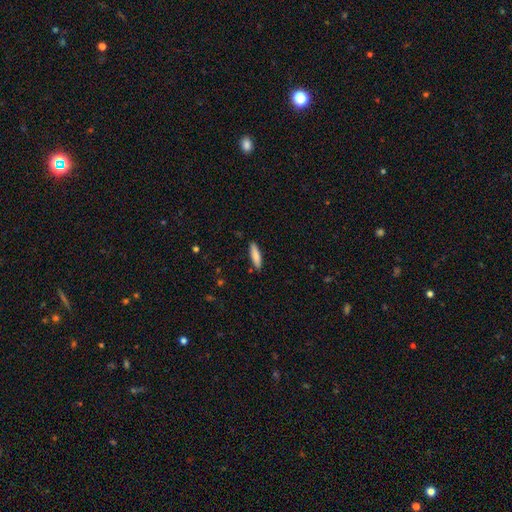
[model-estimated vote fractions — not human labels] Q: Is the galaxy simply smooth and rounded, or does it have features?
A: smooth — 82%.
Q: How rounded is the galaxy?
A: cigar-shaped — 72%.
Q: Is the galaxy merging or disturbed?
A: none — 88%.